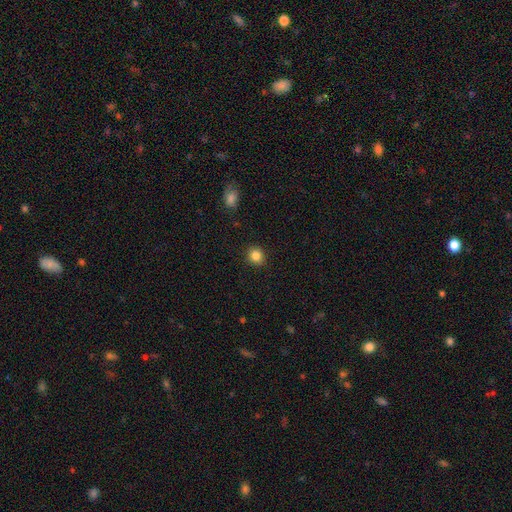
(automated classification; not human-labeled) Smooth or featured? Predicted: smooth (p=0.85). How rounded? Predicted: round (p=0.86). Merging? Predicted: none (p=0.91).